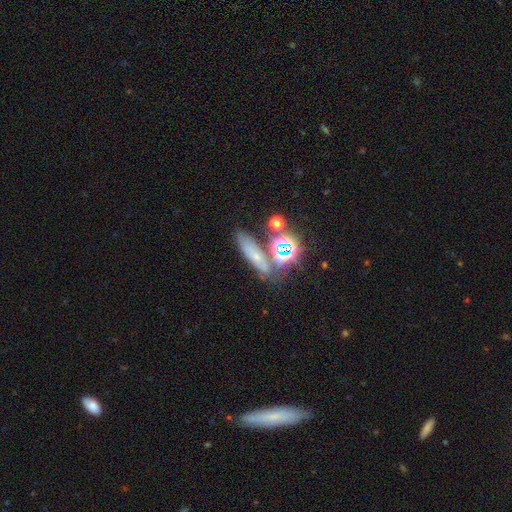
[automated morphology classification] Overall: smooth (47%; star or artifact 32%). Merging: none (65%).